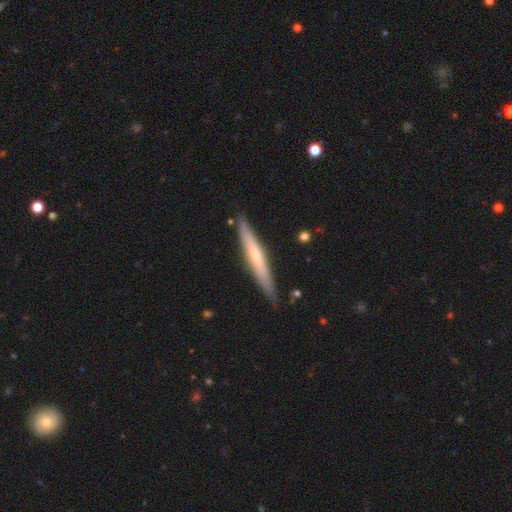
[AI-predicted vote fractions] Smooth or featured? smooth (48%)
Merging? none (86%)